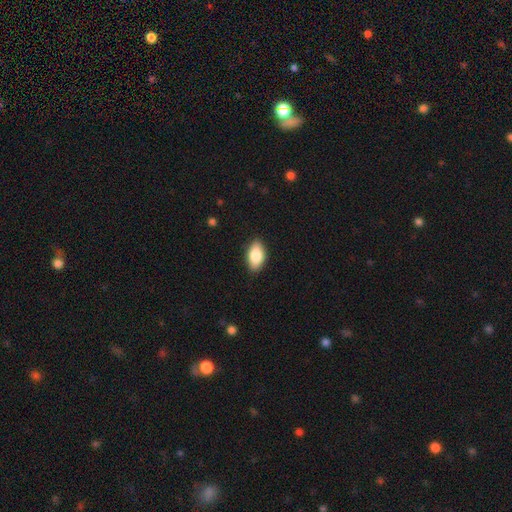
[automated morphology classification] This appears to be a smooth galaxy with no disk features (84%) that is in between round and cigar-shaped (93%). Merging: none (88%).